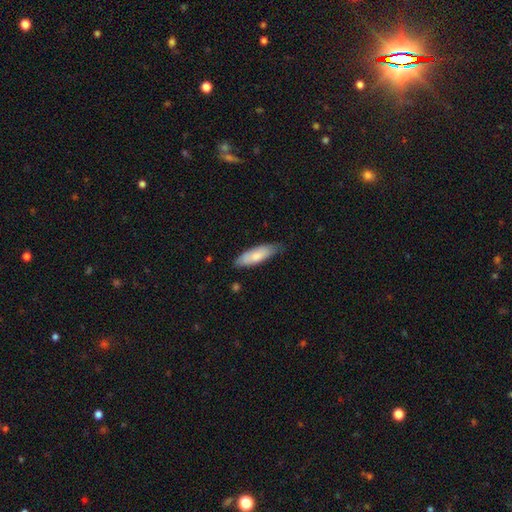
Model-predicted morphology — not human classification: Smooth or featured?
  - smooth: 76% *
  - featured or disk: 18%
  - star or artifact: 5%
How rounded?
  - in between: 56% *
  - cigar-shaped: 43%
  - round: 2%
Merging?
  - none: 71% *
  - minor disturbance: 24%
  - major disturbance: 3%
  - merger: 1%